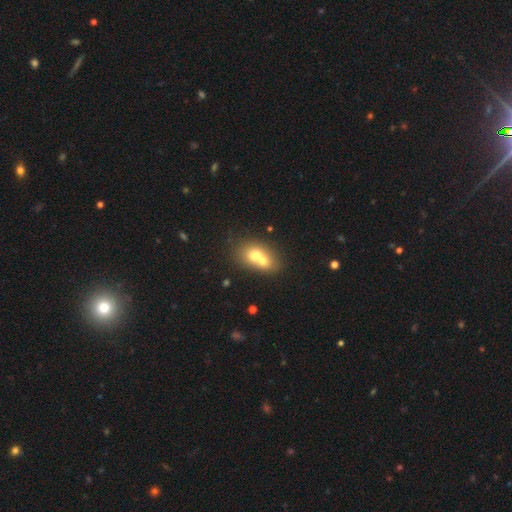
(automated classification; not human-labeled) smooth-or-featured: smooth: 64% | featured or disk: 25% | star or artifact: 11%
  how-rounded: in between: 52% | round: 46% | cigar-shaped: 2%
  merging: merger: 67% | none: 24% | minor disturbance: 6% | major disturbance: 3%